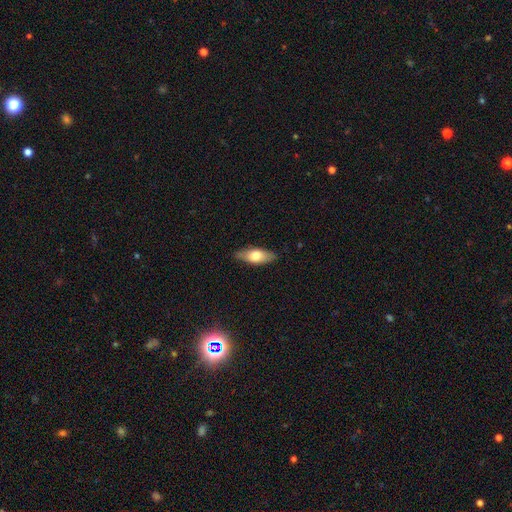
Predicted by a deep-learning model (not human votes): Smooth or featured? smooth (64%)
How rounded? in between (70%)
Merging? none (85%)